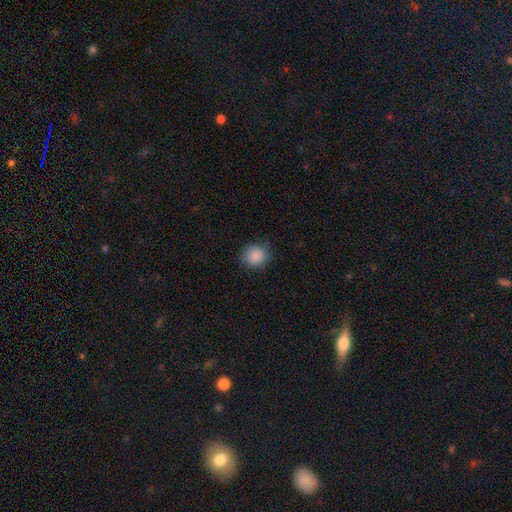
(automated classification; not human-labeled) Q: Smooth or featured?
A: smooth (88%); runner-up: star or artifact (8%)
Q: How rounded?
A: round (84%); runner-up: in between (15%)
Q: Merging?
A: none (82%); runner-up: minor disturbance (13%)